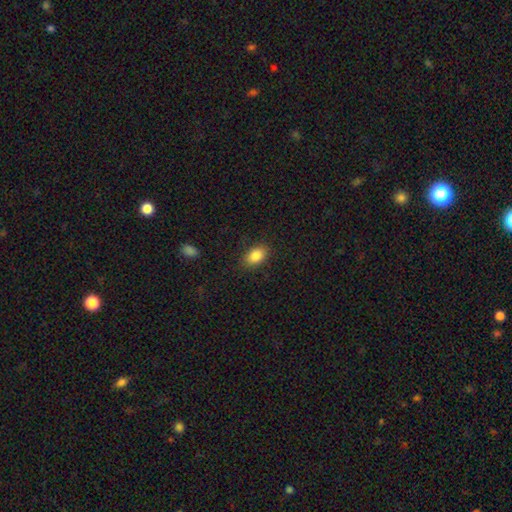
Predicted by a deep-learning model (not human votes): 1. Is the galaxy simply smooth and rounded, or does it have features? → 86% smooth, 8% star or artifact, 6% featured or disk.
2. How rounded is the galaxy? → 86% in between, 12% round, 2% cigar-shaped.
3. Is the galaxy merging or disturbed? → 86% none, 10% minor disturbance, 3% major disturbance, 1% merger.